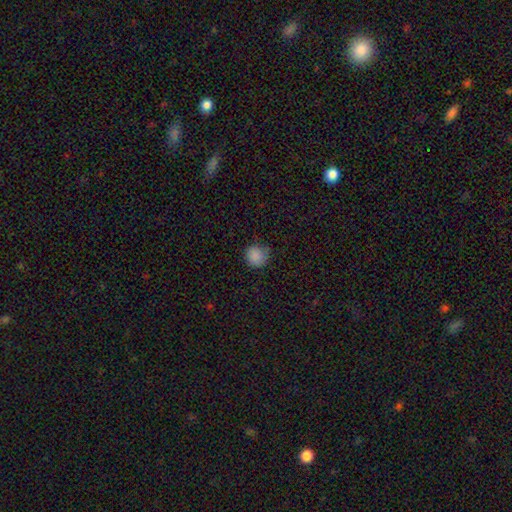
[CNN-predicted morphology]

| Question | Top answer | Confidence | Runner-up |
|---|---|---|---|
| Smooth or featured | smooth | 86% | star or artifact (10%) |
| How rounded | round | 91% | in between (8%) |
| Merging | none | 75% | minor disturbance (20%) |